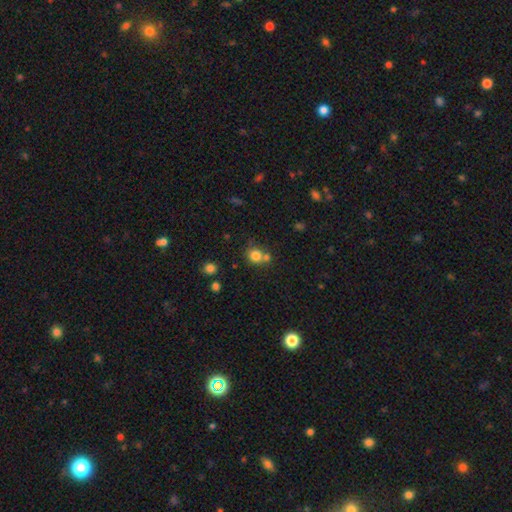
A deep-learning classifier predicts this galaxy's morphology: Smooth or featured: smooth — 80% (star or artifact — 12%)
How rounded: round — 82% (in between — 17%)
Merging: none — 57% (merger — 30%)